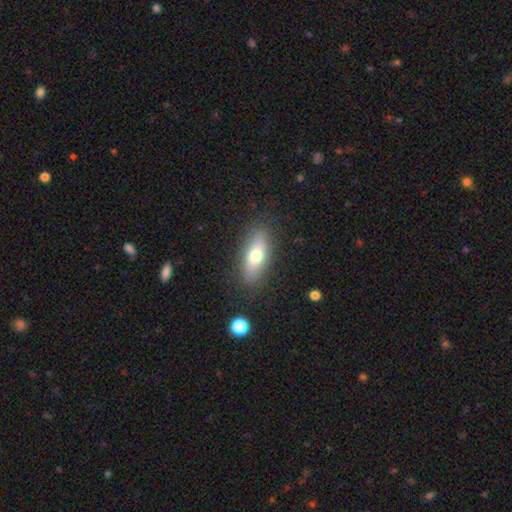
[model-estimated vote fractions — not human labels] A smooth galaxy with no disk features (67%) that is in between round and cigar-shaped (74%). Merging: none (83%).